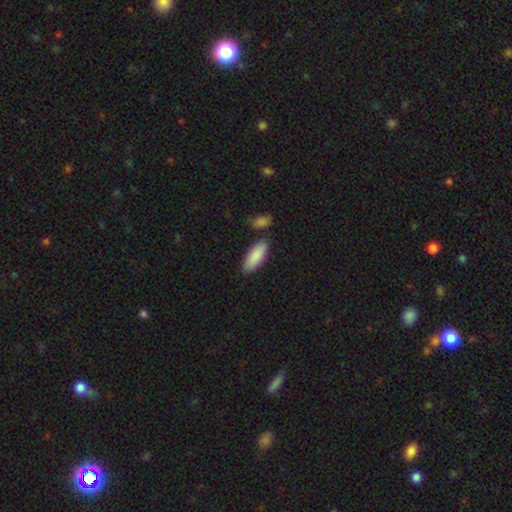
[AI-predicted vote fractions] The model was most divided on "how rounded": in between: 75%, cigar-shaped: 23%, round: 2%. More confident: smooth or featured — smooth (88%); merging — none (79%).